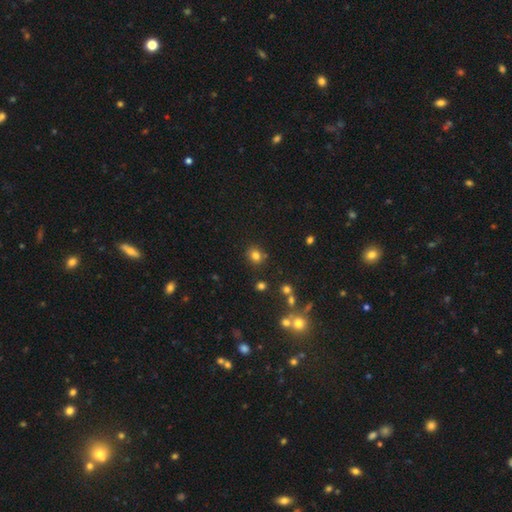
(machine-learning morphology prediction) smooth-or-featured: smooth: 78% | star or artifact: 15% | featured or disk: 7%
  how-rounded: round: 76% | in between: 23% | cigar-shaped: 1%
  merging: none: 80% | minor disturbance: 11% | merger: 7% | major disturbance: 3%